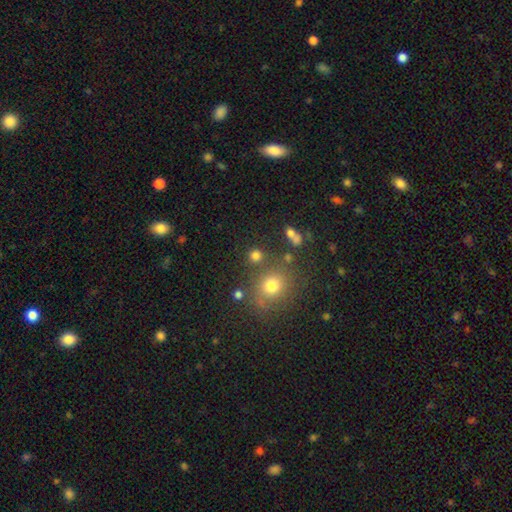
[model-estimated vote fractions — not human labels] Smooth or featured?
  - smooth: 76% *
  - star or artifact: 17%
  - featured or disk: 7%
How rounded?
  - round: 88% *
  - in between: 11%
  - cigar-shaped: 1%
Merging?
  - none: 76% *
  - merger: 12%
  - minor disturbance: 8%
  - major disturbance: 4%